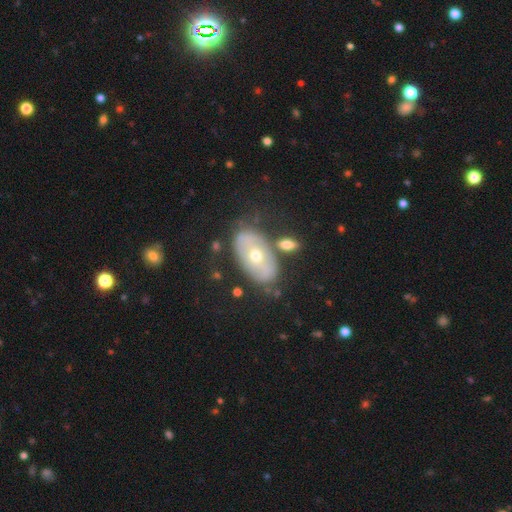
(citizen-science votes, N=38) A smooth galaxy with no disk features (47%, tied with featured or disk) that is in between round and cigar-shaped (100%). Merging: none (72%).